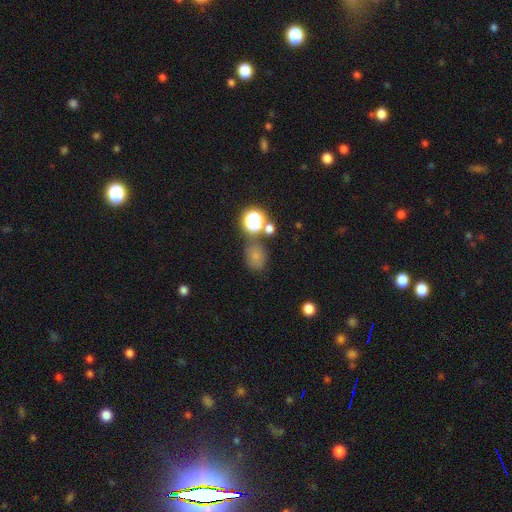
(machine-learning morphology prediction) Smooth or featured? smooth (67%)
How rounded? round (53%)
Merging? none (66%)